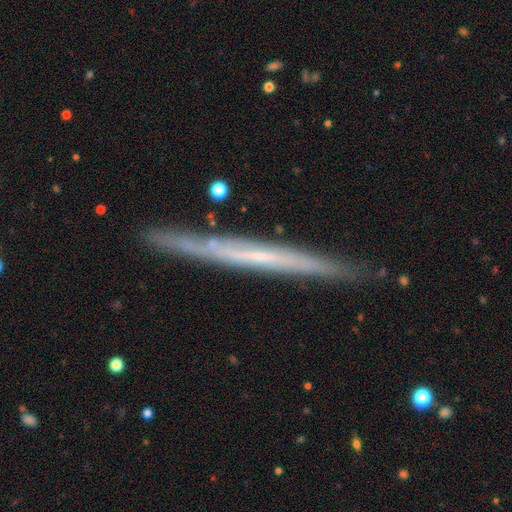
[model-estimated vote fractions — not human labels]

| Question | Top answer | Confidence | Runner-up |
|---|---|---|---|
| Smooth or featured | featured or disk | 66% | smooth (27%) |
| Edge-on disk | yes | 95% | no (5%) |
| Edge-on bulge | none | 86% | rounded (11%) |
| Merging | none | 88% | minor disturbance (9%) |